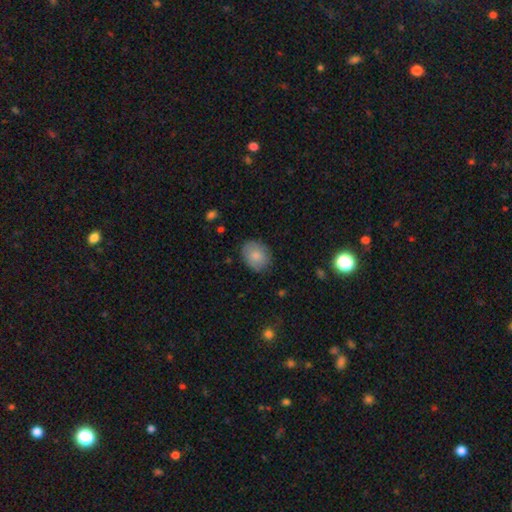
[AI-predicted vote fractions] Smooth or featured? Predicted: smooth (p=0.82). How rounded? Predicted: in between (p=0.59). Merging? Predicted: none (p=0.81).